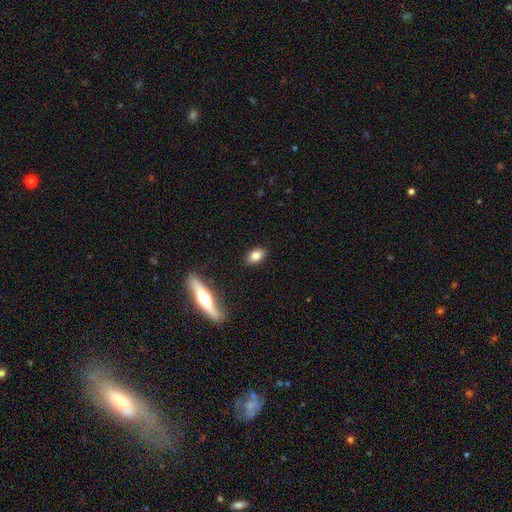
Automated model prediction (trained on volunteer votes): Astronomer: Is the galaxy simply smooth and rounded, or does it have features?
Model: smooth — 78%.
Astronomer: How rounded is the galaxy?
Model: in between — 85%.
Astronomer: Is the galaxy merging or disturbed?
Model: none — 88%.